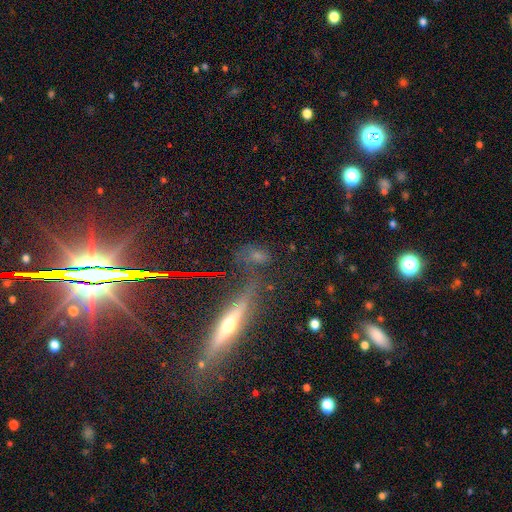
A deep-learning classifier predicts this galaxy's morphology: smooth-or-featured: smooth: 41% | star or artifact: 30% | featured or disk: 29%
  merging: none: 55% | minor disturbance: 17% | merger: 14% | major disturbance: 13%